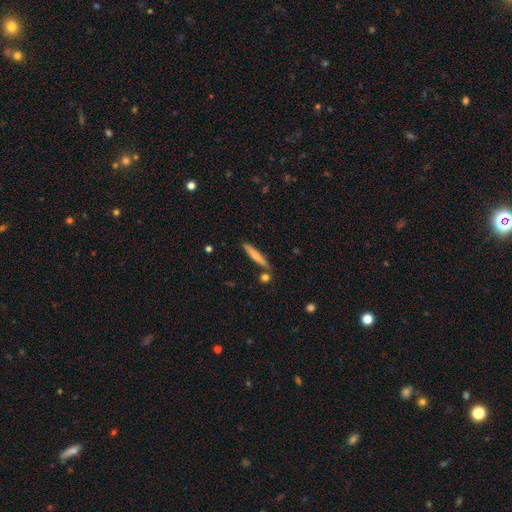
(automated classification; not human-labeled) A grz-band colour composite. It shows a smooth galaxy with no disk features (69%) that is cigar-shaped (93%). Merging: none (81%).